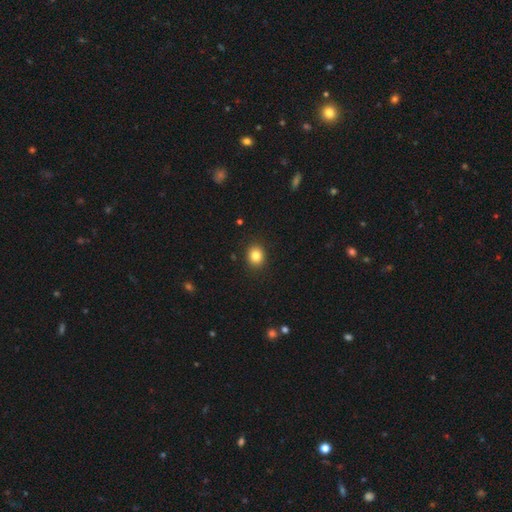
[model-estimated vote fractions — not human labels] A smooth galaxy with no disk features (84%) that is round (71%).

Vote fractions:
- Smooth or featured? smooth: 84% / star or artifact: 10% / featured or disk: 5%
- How rounded? round: 71% / in between: 28% / cigar-shaped: 1%
- Merging? none: 90% / minor disturbance: 7% / major disturbance: 2% / merger: 1%